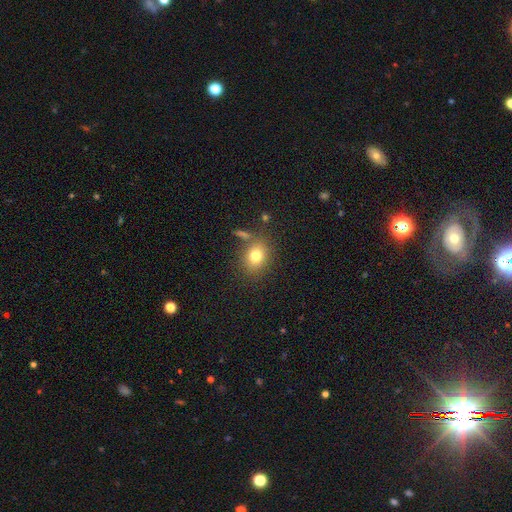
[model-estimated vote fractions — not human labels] Smooth or featured? Predicted: smooth (p=0.78). How rounded? Predicted: round (p=0.50). Merging? Predicted: none (p=0.73).